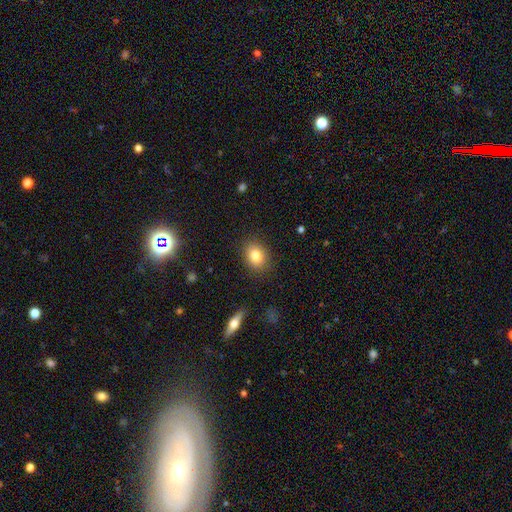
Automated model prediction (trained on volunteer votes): Morphology: type=smooth (82%); roundness=in between (55%); merging=none (87%).